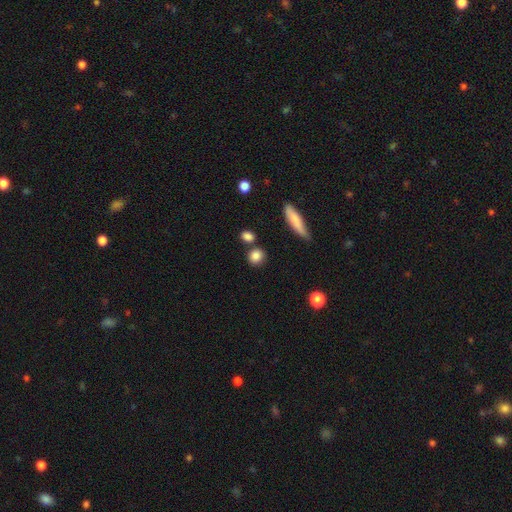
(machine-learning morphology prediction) The model was most divided on "how rounded": round: 73%, in between: 22%, cigar-shaped: 5%. More confident: smooth or featured — smooth (85%); merging — none (75%).